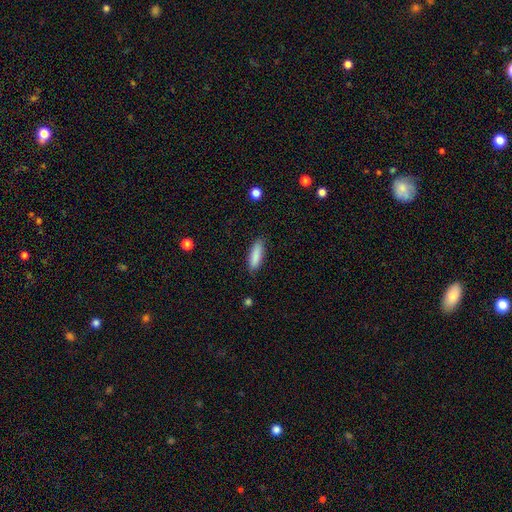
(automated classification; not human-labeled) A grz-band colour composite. It shows a smooth galaxy with no disk features (87%) that is cigar-shaped (51%). Merging: none (83%).